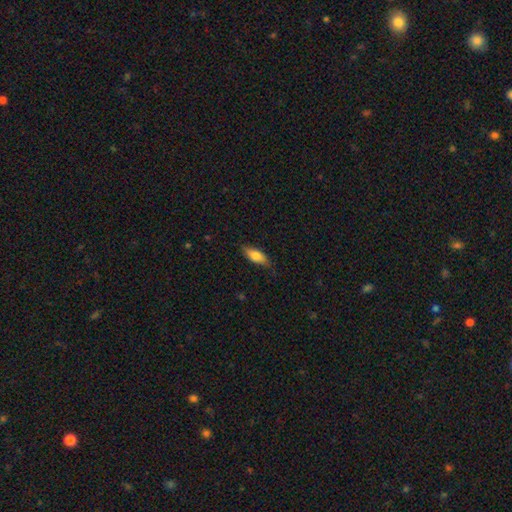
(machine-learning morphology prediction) smooth 76%, featured or disk 18%, star or artifact 6%. Down the decision tree: how rounded — in between (75%); merging — none (77%).